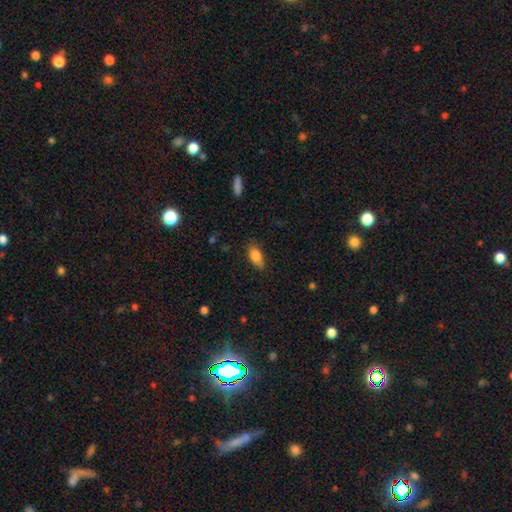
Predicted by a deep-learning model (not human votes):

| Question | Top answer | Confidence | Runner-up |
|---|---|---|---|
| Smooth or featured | smooth | 82% | featured or disk (11%) |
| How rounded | in between | 85% | cigar-shaped (11%) |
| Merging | none | 77% | minor disturbance (18%) |